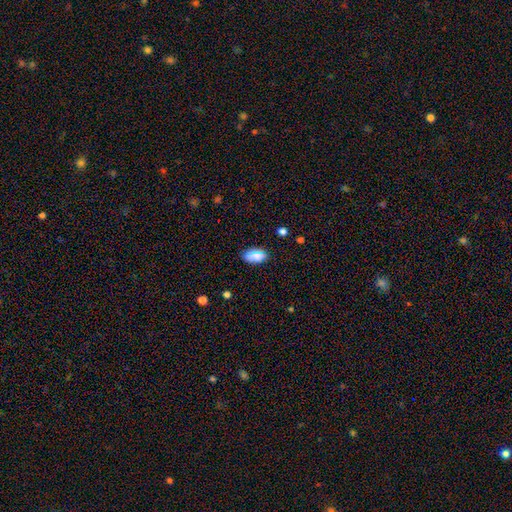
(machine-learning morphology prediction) Smooth or featured? Predicted: smooth (p=0.81). How rounded? Predicted: in between (p=0.93). Merging? Predicted: none (p=0.76).